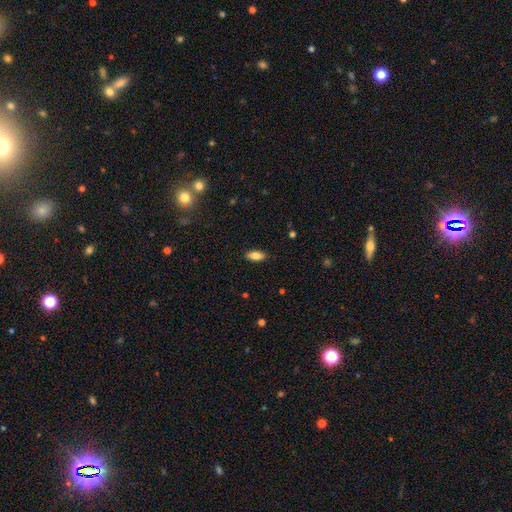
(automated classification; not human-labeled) The model was most divided on "smooth or featured": smooth: 83%, featured or disk: 10%, star or artifact: 7%. More confident: merging — none (88%); how rounded — in between (86%).